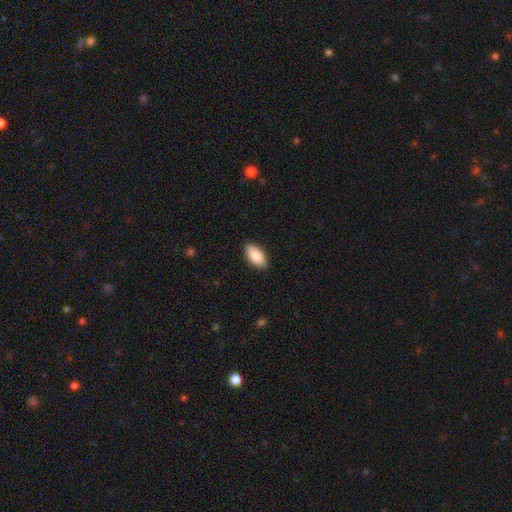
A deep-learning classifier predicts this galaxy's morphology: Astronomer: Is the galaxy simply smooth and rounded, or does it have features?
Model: smooth — 87%.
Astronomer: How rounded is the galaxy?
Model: in between — 93%.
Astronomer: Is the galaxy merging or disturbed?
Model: none — 89%.